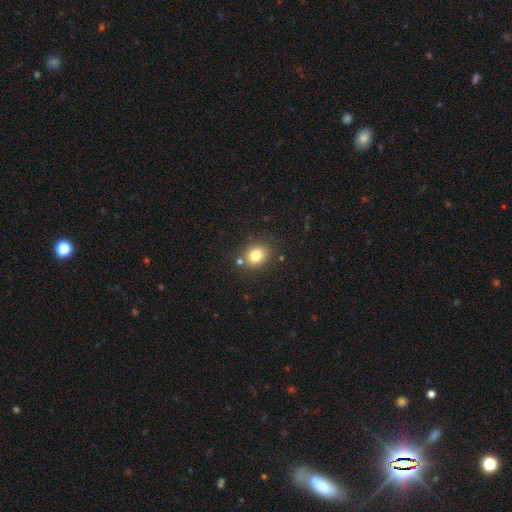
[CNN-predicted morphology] smooth 80%, star or artifact 12%, featured or disk 8%. Down the decision tree: how rounded — round (69%); merging — none (81%).